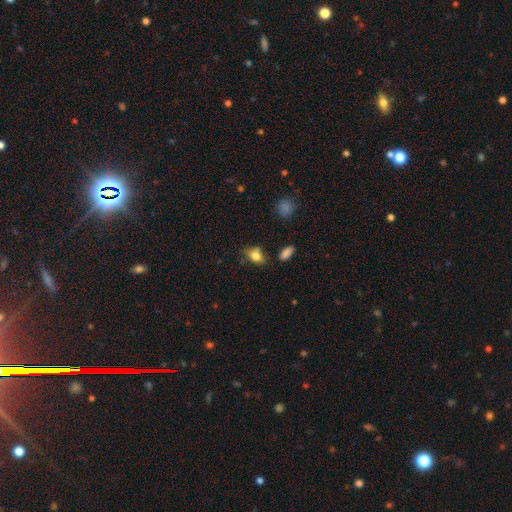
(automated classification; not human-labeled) smooth-or-featured: smooth: 79% | featured or disk: 12% | star or artifact: 9%
  how-rounded: in between: 83% | round: 13% | cigar-shaped: 4%
  merging: none: 69% | minor disturbance: 22% | major disturbance: 5% | merger: 4%